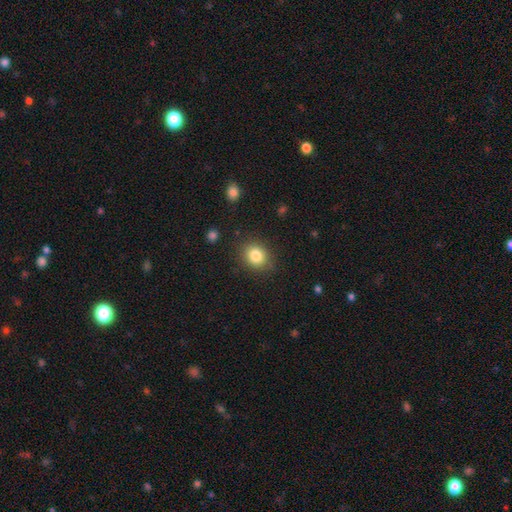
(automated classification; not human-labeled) Q: Smooth or featured?
A: smooth (83%); runner-up: star or artifact (10%)
Q: How rounded?
A: round (68%); runner-up: in between (31%)
Q: Merging?
A: none (85%); runner-up: minor disturbance (11%)